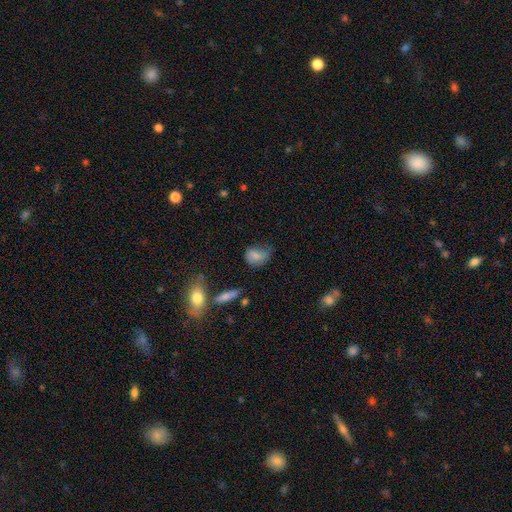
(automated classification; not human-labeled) smooth 70%, featured or disk 21%, star or artifact 9%. Down the decision tree: how rounded — in between (70%); merging — none (43%).